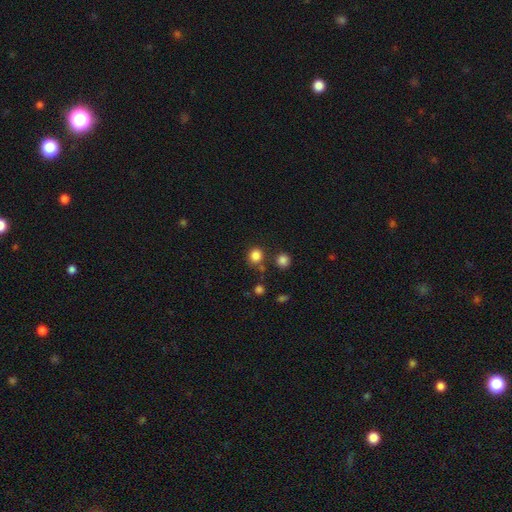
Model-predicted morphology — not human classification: The model was most divided on "merging": none: 77%, minor disturbance: 10%, merger: 9%, major disturbance: 4%. More confident: how rounded — round (85%); smooth or featured — smooth (83%).